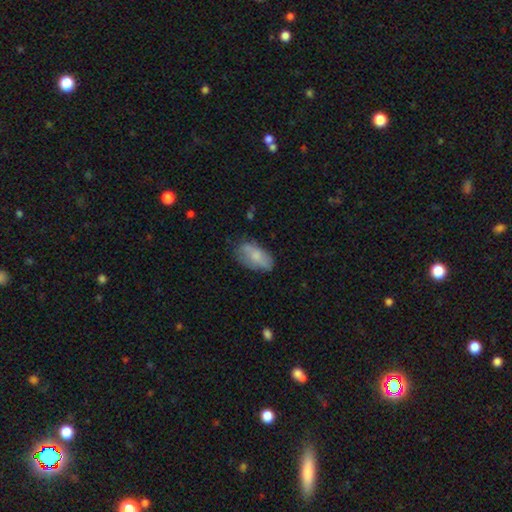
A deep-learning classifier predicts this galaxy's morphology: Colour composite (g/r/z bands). It shows a smooth galaxy with no disk features (69%) that is in between round and cigar-shaped (92%). Merging: none (60%).